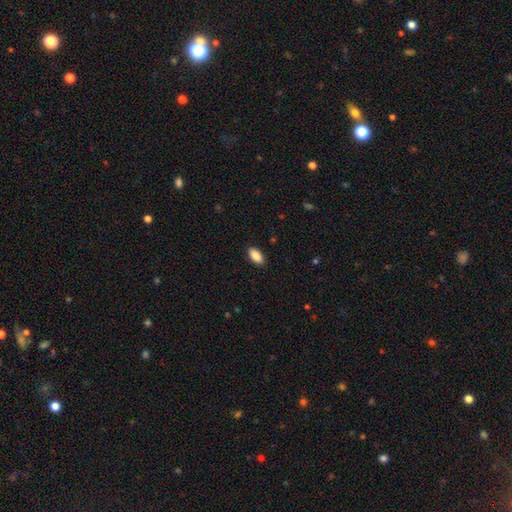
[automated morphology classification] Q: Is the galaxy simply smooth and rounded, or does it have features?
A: smooth — 89%.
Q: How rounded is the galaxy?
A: in between — 92%.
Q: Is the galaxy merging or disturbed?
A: none — 89%.